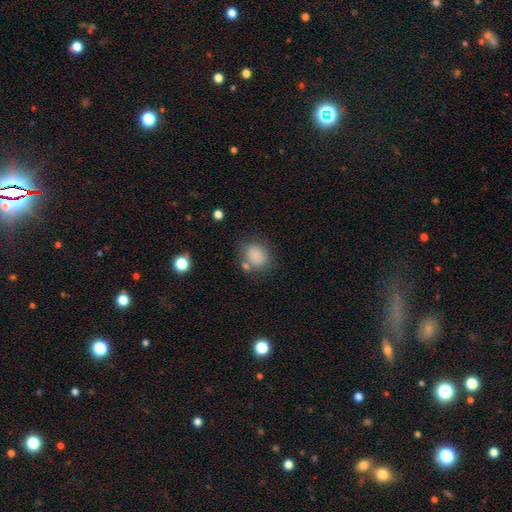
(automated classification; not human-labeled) Q: Smooth or featured?
A: smooth (84%); runner-up: star or artifact (10%)
Q: How rounded?
A: round (56%); runner-up: in between (43%)
Q: Merging?
A: none (68%); runner-up: minor disturbance (16%)